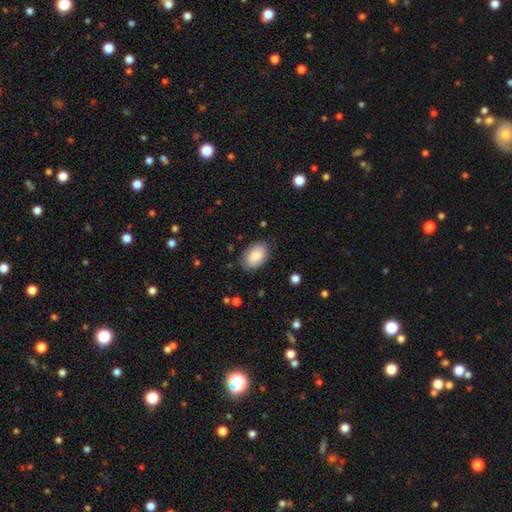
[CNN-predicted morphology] Smooth or featured: smooth — 84% (featured or disk — 10%)
How rounded: in between — 90% (round — 9%)
Merging: none — 80% (minor disturbance — 15%)